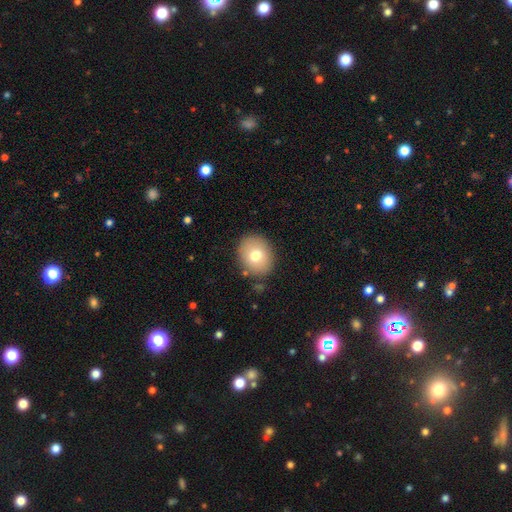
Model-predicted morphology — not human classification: A smooth galaxy with no disk features (73%) that is round (58%).

Vote fractions:
- Smooth or featured? smooth: 73% / featured or disk: 18% / star or artifact: 10%
- How rounded? round: 58% / in between: 41% / cigar-shaped: 1%
- Merging? none: 86% / minor disturbance: 9% / major disturbance: 3% / merger: 2%